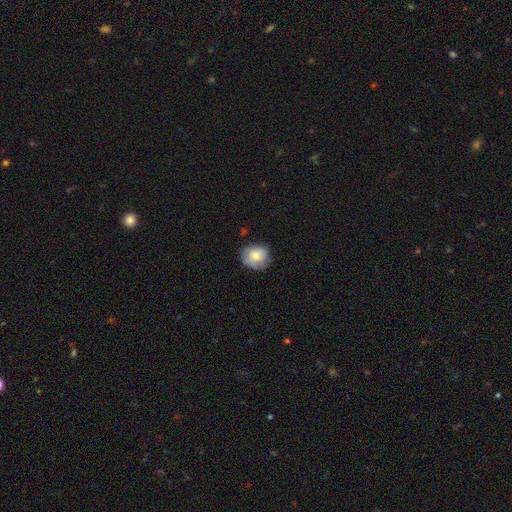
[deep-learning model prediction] This is likely a smooth galaxy (71%). How rounded: likely round (74%). Merging: likely none (69%).